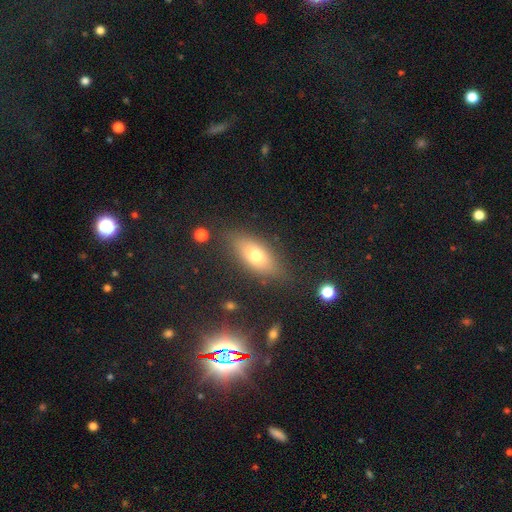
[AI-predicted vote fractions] This appears to be a smooth galaxy with no disk features (69%) that is in between round and cigar-shaped (78%). Merging: none (79%).